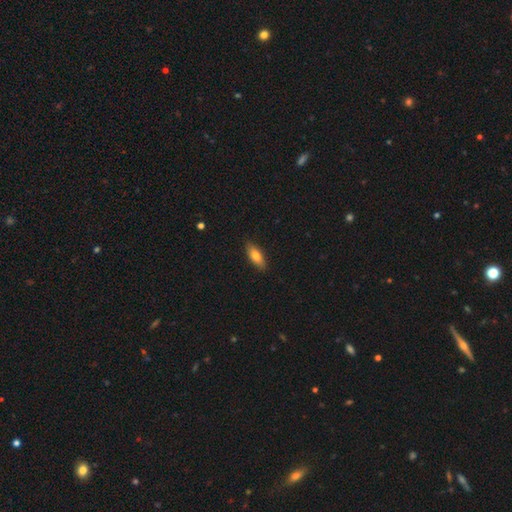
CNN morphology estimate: Smooth or featured? Predicted: smooth (p=0.77). How rounded? Predicted: in between (p=0.73). Merging? Predicted: none (p=0.86).